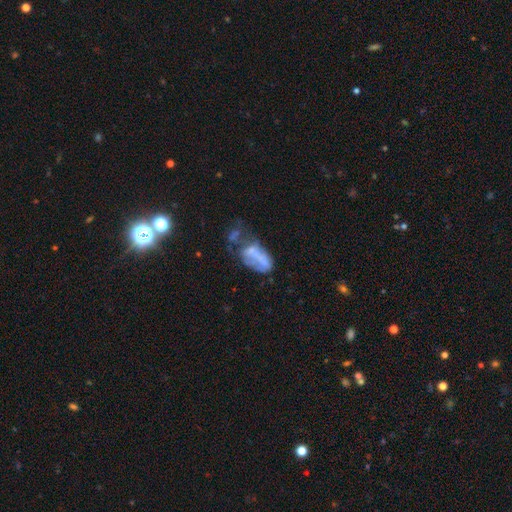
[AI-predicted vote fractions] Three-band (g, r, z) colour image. It shows a featured or disk galaxy (50%). Merging: major disturbance (33%).